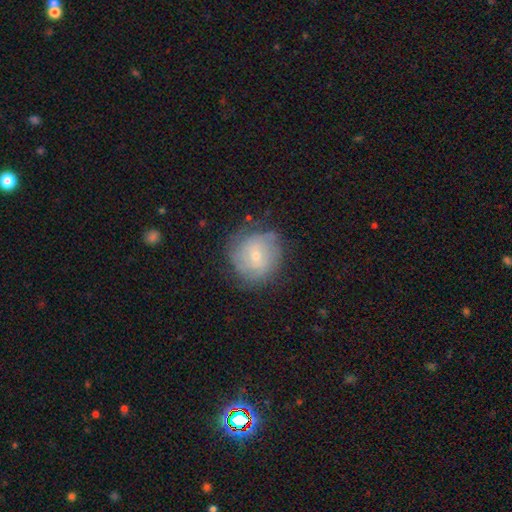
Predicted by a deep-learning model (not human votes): Smooth or featured: featured or disk — 58% (smooth — 33%)
Edge-on disk: no — 97% (yes — 3%)
Bar: no — 66% (weak — 29%)
Spiral arms: yes — 79% (no — 21%)
Bulge size: small — 67% (moderate — 29%)
Merging: none — 72% (minor disturbance — 19%)